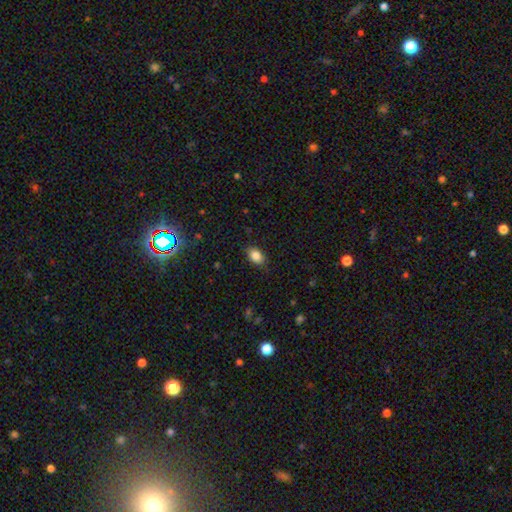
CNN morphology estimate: smooth_or_featured: smooth (p=0.86) [alt: star or artifact p=0.08]
how_rounded: in between (p=0.84) [alt: round p=0.15]
merging: none (p=0.84) [alt: minor disturbance p=0.12]